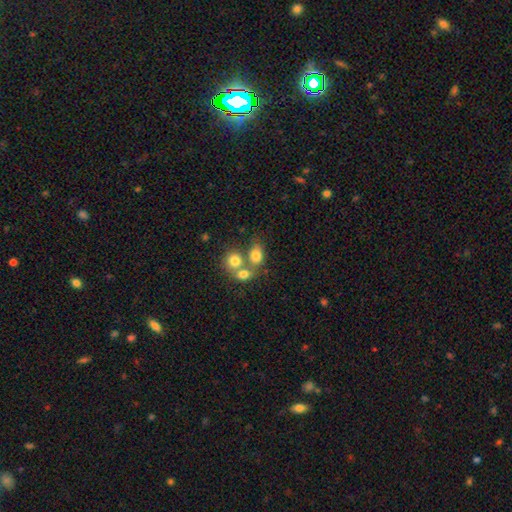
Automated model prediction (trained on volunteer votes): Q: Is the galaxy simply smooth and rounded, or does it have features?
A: smooth — 77%.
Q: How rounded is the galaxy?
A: in between — 61%.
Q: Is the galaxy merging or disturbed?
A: merger — 47%.